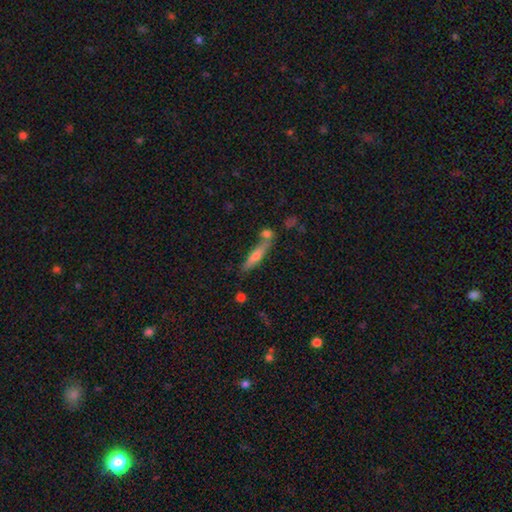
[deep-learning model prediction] A smooth galaxy with no disk features (45%). Merging: none (66%).